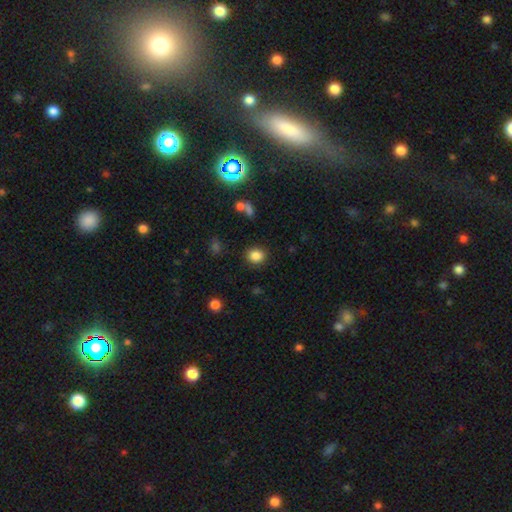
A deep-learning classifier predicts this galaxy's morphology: A smooth galaxy with no disk features (84%) that is round (74%). Merging: none (87%).